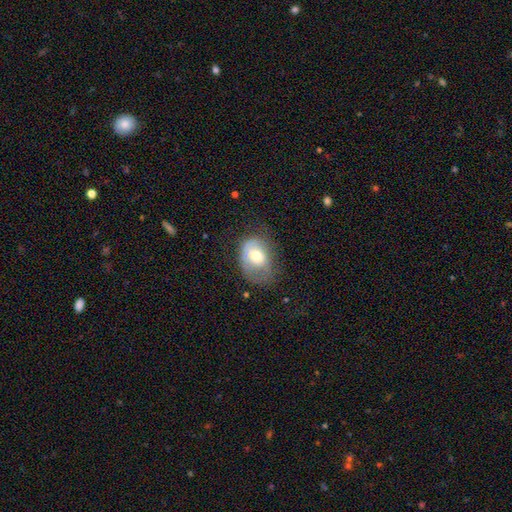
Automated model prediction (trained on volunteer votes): Smooth or featured?
  - smooth: 61% *
  - featured or disk: 31%
  - star or artifact: 8%
How rounded?
  - in between: 72% *
  - round: 27%
  - cigar-shaped: 1%
Merging?
  - none: 34% *
  - minor disturbance: 33%
  - major disturbance: 30%
  - merger: 2%